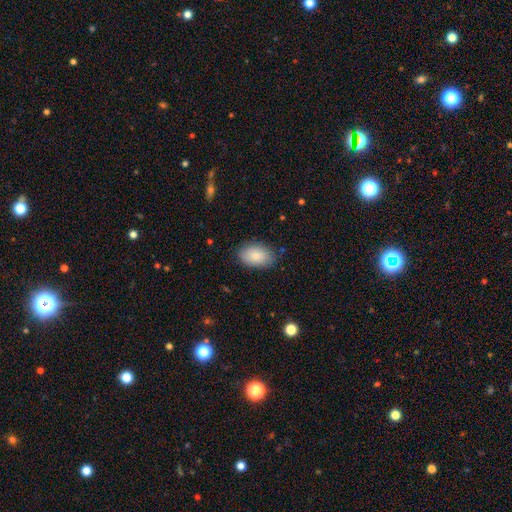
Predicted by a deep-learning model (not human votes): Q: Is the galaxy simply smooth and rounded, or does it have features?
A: smooth — 85%.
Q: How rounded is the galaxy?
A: in between — 92%.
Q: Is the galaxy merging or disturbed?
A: none — 84%.